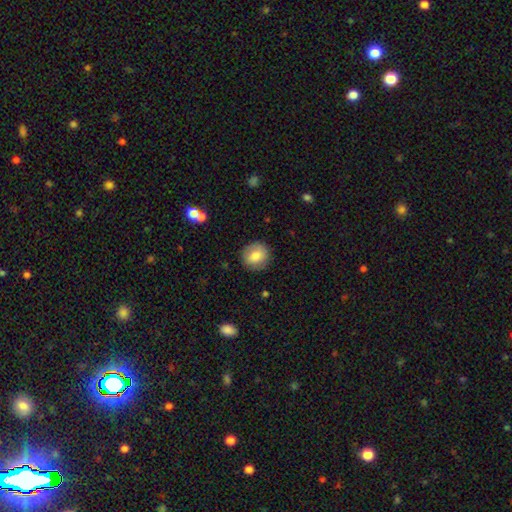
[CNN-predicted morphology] The model was most divided on "smooth or featured": smooth: 79%, featured or disk: 13%, star or artifact: 8%. More confident: merging — none (86%); how rounded — round (84%).